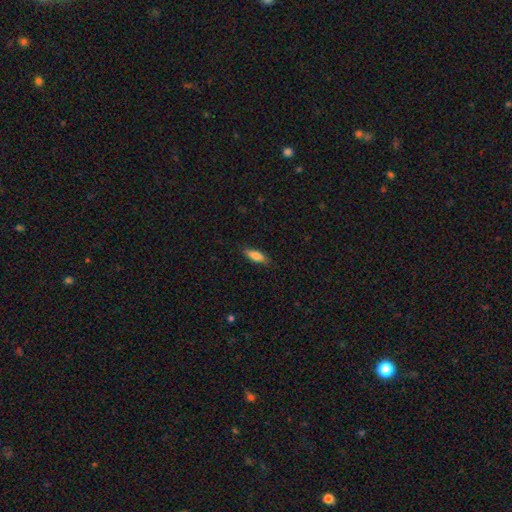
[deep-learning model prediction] Smooth or featured: smooth — 81% (featured or disk — 12%)
How rounded: in between — 64% (cigar-shaped — 34%)
Merging: none — 81% (minor disturbance — 15%)